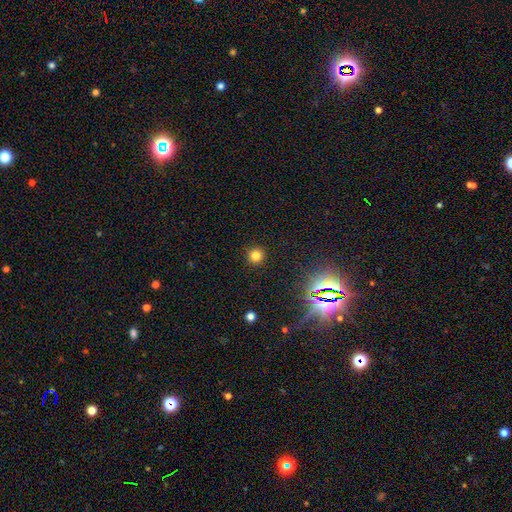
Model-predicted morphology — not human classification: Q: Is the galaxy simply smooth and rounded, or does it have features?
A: smooth — 79%.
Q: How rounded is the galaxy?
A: round — 95%.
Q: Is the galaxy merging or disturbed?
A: none — 92%.